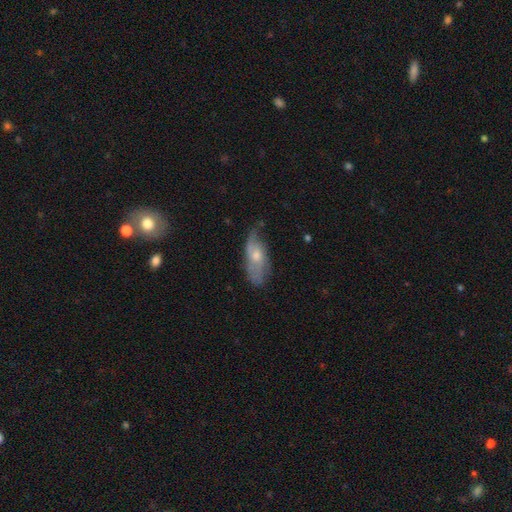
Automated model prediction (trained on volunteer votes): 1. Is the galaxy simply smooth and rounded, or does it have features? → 52% featured or disk, 41% smooth, 7% star or artifact.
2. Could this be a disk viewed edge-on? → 83% no, 17% yes.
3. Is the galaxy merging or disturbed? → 55% none, 31% minor disturbance, 11% major disturbance, 2% merger.